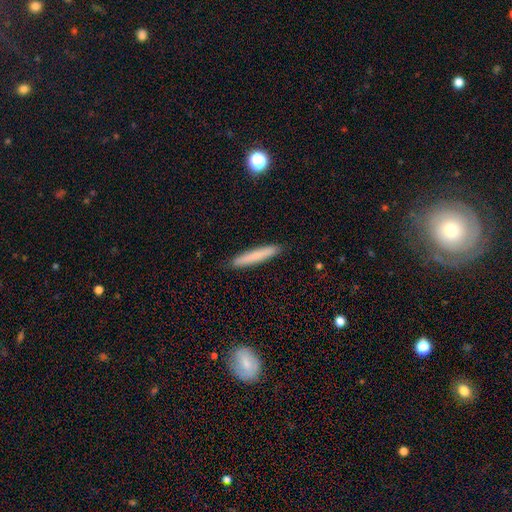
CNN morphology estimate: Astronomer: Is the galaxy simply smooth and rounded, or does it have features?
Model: smooth — 76%.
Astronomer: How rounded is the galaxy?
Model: cigar-shaped — 95%.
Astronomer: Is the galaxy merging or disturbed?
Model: none — 91%.